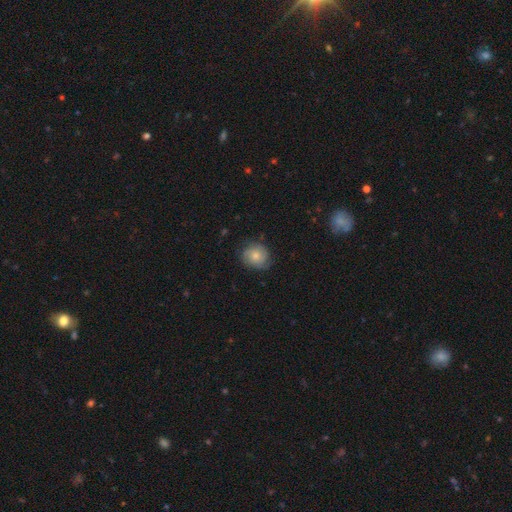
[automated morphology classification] Smooth or featured?
  - smooth: 58% *
  - featured or disk: 34%
  - star or artifact: 8%
How rounded?
  - round: 80% *
  - in between: 19%
  - cigar-shaped: 1%
Merging?
  - none: 75% *
  - minor disturbance: 19%
  - major disturbance: 5%
  - merger: 1%